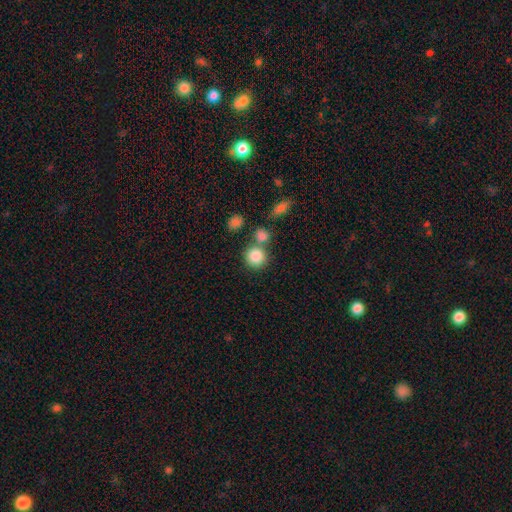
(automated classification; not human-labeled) Overall: smooth (85%). How rounded: round (88%). Merging: none (61%; merger 26%).